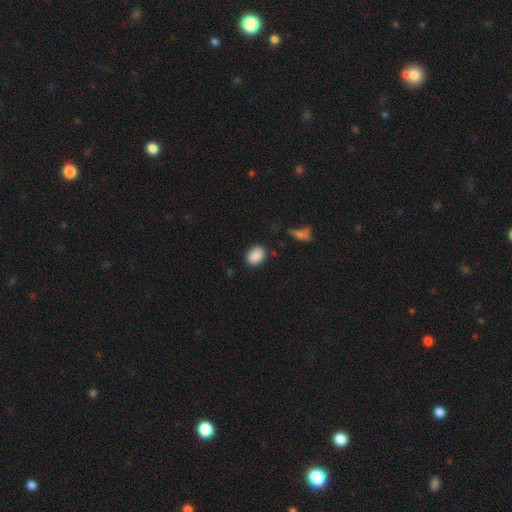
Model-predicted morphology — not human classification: This appears to be a smooth galaxy with no disk features (88%) that is in between round and cigar-shaped (70%). Merging: none (83%).